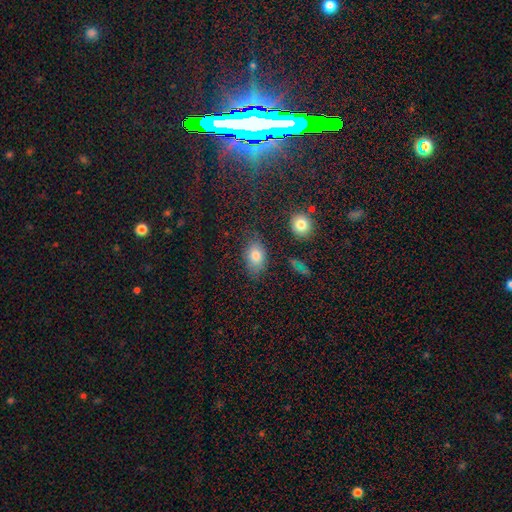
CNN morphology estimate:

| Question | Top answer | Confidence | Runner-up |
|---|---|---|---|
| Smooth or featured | smooth | 79% | star or artifact (11%) |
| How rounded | in between | 81% | round (17%) |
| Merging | none | 77% | minor disturbance (15%) |